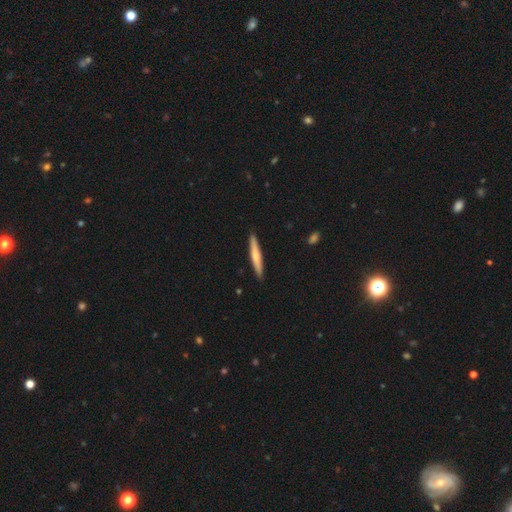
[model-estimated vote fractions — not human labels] Q: Smooth or featured?
A: smooth (55%); runner-up: featured or disk (40%)
Q: How rounded?
A: cigar-shaped (94%); runner-up: in between (4%)
Q: Merging?
A: none (91%); runner-up: minor disturbance (6%)